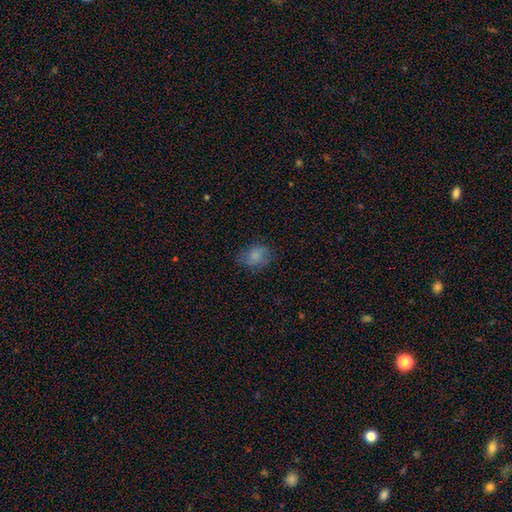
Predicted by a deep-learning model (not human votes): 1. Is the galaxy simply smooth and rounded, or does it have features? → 79% smooth, 12% featured or disk, 10% star or artifact.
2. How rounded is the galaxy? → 59% in between, 40% round, 1% cigar-shaped.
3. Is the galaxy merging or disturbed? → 69% none, 21% minor disturbance, 8% major disturbance, 1% merger.